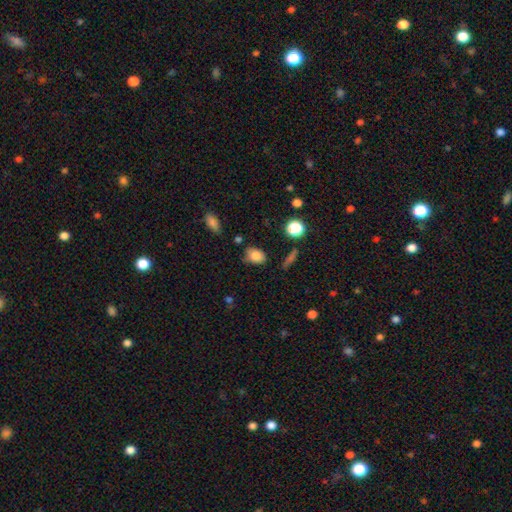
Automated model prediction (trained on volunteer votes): This appears to be a smooth galaxy with no disk features (81%) that is in between round and cigar-shaped (73%). Merging: none (70%).